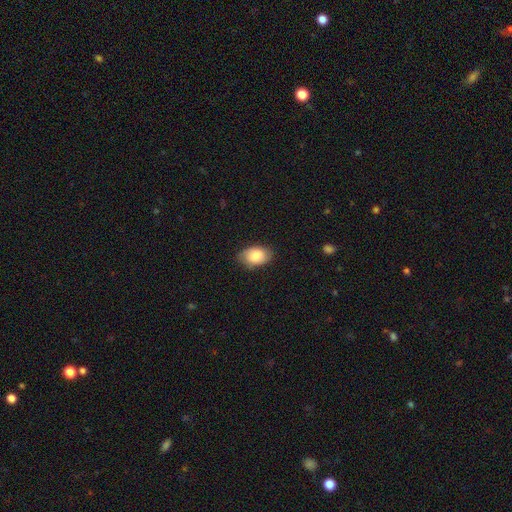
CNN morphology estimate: Smooth or featured?
  - smooth: 82% *
  - featured or disk: 12%
  - star or artifact: 7%
How rounded?
  - in between: 89% *
  - round: 10%
  - cigar-shaped: 1%
Merging?
  - none: 81% *
  - minor disturbance: 15%
  - major disturbance: 3%
  - merger: 1%